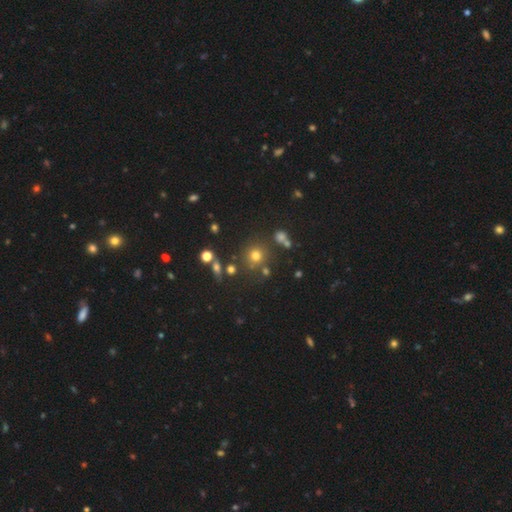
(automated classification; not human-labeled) smooth-or-featured: smooth: 69% | star or artifact: 21% | featured or disk: 10%
  how-rounded: round: 90% | in between: 9% | cigar-shaped: 1%
  merging: none: 76% | minor disturbance: 10% | merger: 10% | major disturbance: 4%